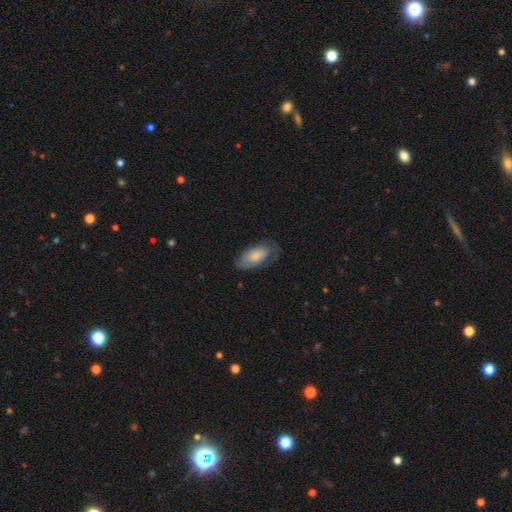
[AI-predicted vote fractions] This appears to be a smooth galaxy with no disk features (69%) that is in between round and cigar-shaped (93%). Merging: none (60%).